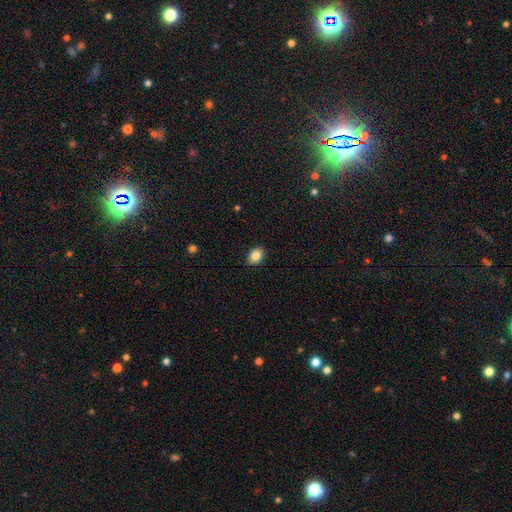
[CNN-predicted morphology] A smooth galaxy with no disk features (83%) that is in between round and cigar-shaped (66%). Merging: none (88%).